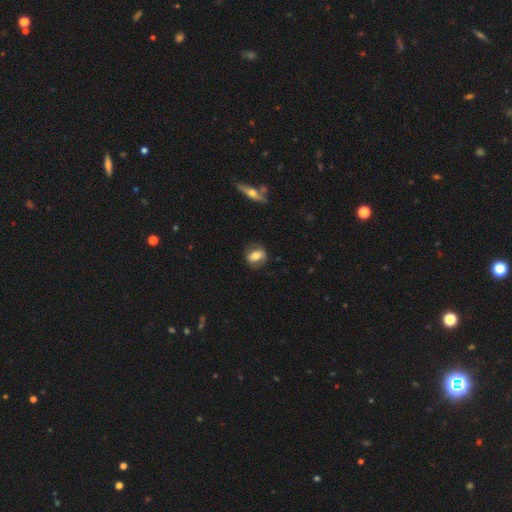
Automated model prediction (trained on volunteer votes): This is possibly a smooth galaxy (58%). How rounded: possibly in between (57%). Merging: likely none (76%).